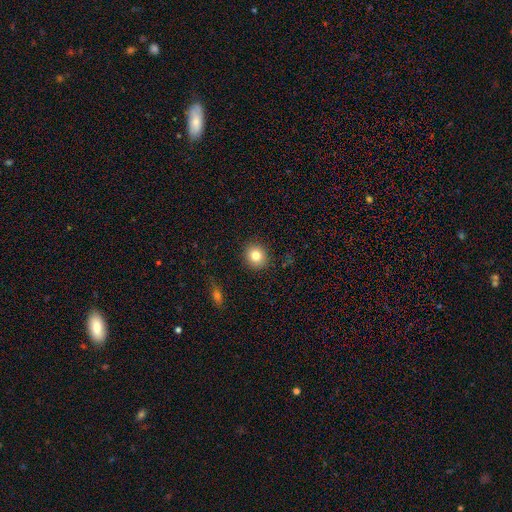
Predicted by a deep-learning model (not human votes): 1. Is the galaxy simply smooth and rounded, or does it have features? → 81% smooth, 10% star or artifact, 9% featured or disk.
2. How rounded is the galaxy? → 80% round, 19% in between, 1% cigar-shaped.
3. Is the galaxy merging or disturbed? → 89% none, 8% minor disturbance, 2% major disturbance, 1% merger.